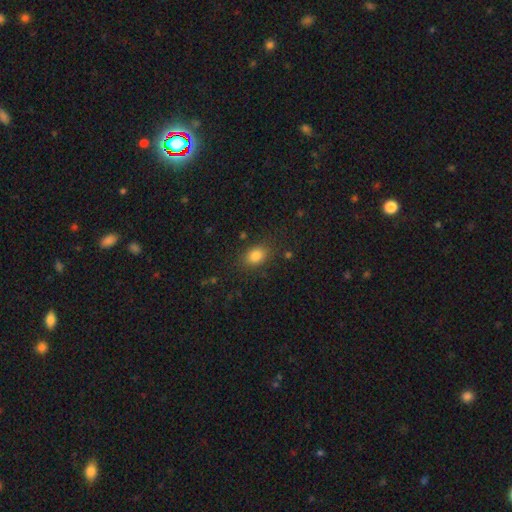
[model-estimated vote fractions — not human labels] Smooth or featured: smooth — 84% (star or artifact — 10%)
How rounded: in between — 70% (round — 29%)
Merging: none — 82% (minor disturbance — 12%)